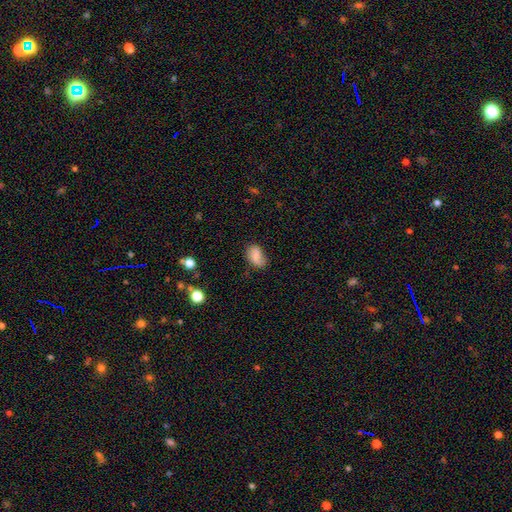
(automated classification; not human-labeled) This is likely a smooth galaxy (78%). How rounded: clearly in between (87%). Merging: possibly none (56%).